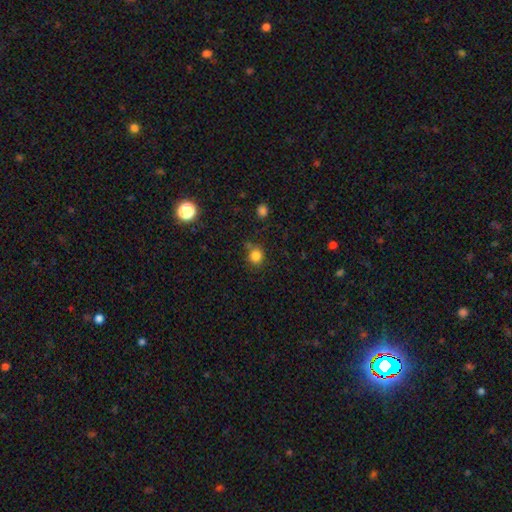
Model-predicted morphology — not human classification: Smooth or featured? Predicted: smooth (p=0.83). How rounded? Predicted: round (p=0.88). Merging? Predicted: none (p=0.74).